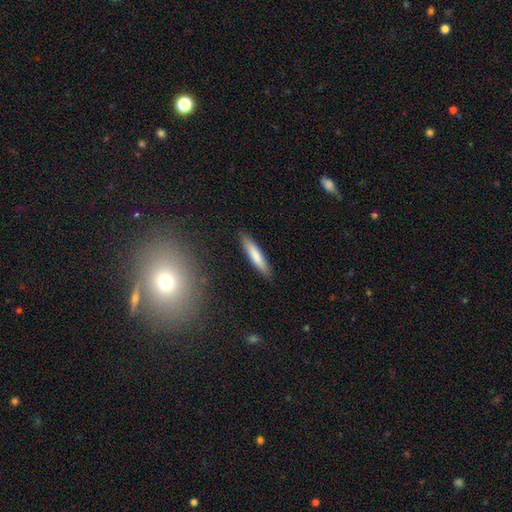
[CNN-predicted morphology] Smooth or featured?
  - smooth: 78% *
  - featured or disk: 17%
  - star or artifact: 6%
How rounded?
  - cigar-shaped: 86% *
  - in between: 13%
  - round: 1%
Merging?
  - none: 89% *
  - minor disturbance: 8%
  - major disturbance: 2%
  - merger: 1%